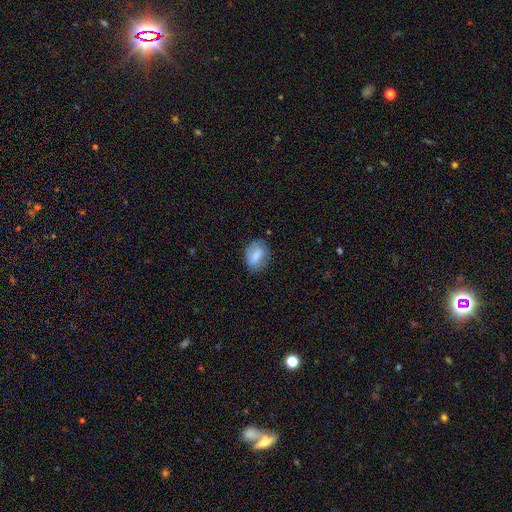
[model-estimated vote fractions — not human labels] Overall: smooth (73%). How rounded: in between (73%). Merging: none (72%).